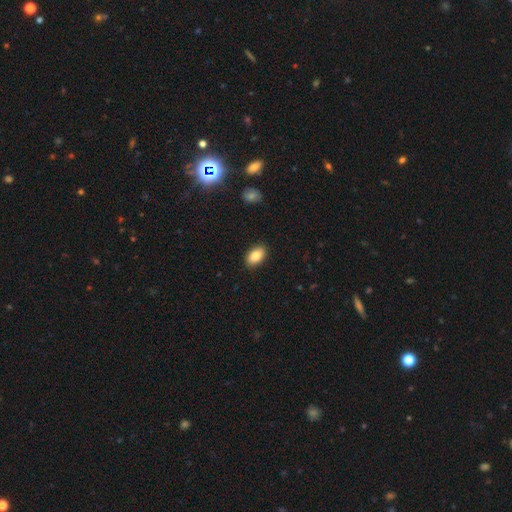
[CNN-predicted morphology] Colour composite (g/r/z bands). It shows a smooth galaxy with no disk features (86%) that is in between round and cigar-shaped (91%). Merging: none (89%).